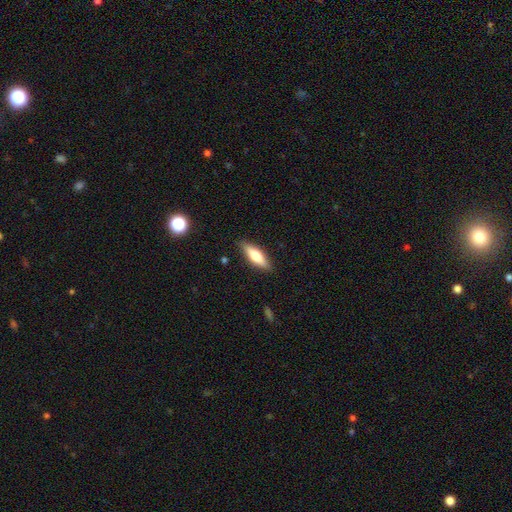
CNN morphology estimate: smooth-or-featured: smooth: 61% | featured or disk: 33% | star or artifact: 6%
  how-rounded: cigar-shaped: 52% | in between: 47% | round: 2%
  merging: none: 86% | minor disturbance: 10% | major disturbance: 2% | merger: 1%